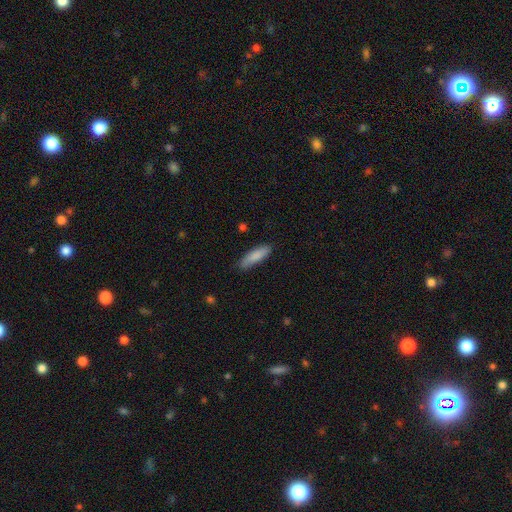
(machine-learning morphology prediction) Smooth or featured?
  - smooth: 84% *
  - featured or disk: 10%
  - star or artifact: 6%
How rounded?
  - cigar-shaped: 63% *
  - in between: 36%
  - round: 1%
Merging?
  - none: 83% *
  - minor disturbance: 13%
  - major disturbance: 2%
  - merger: 1%